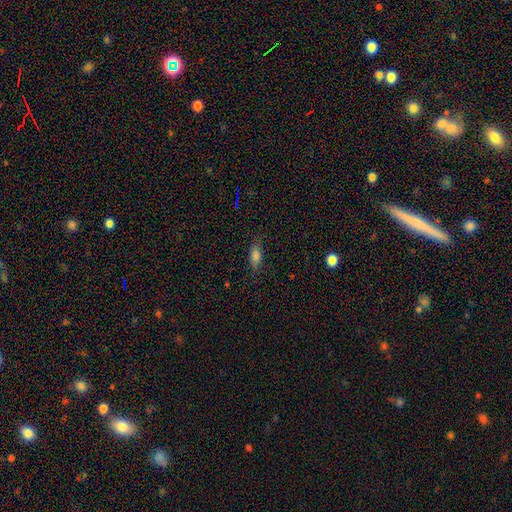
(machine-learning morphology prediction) Overall: smooth (78%). How rounded: in between (74%). Merging: none (78%).